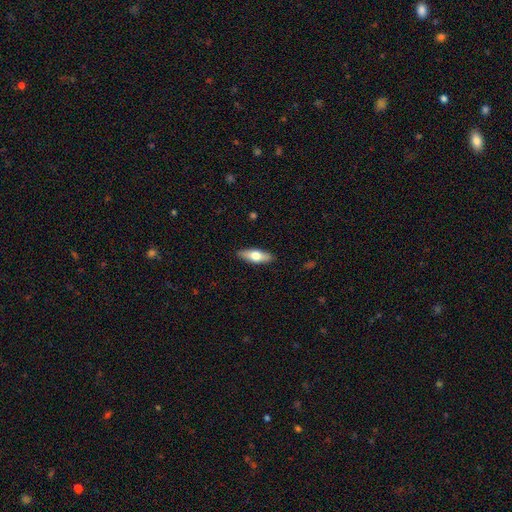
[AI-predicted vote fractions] This appears to be a smooth galaxy with no disk features (61%) that is in between round and cigar-shaped (62%). Merging: none (89%).